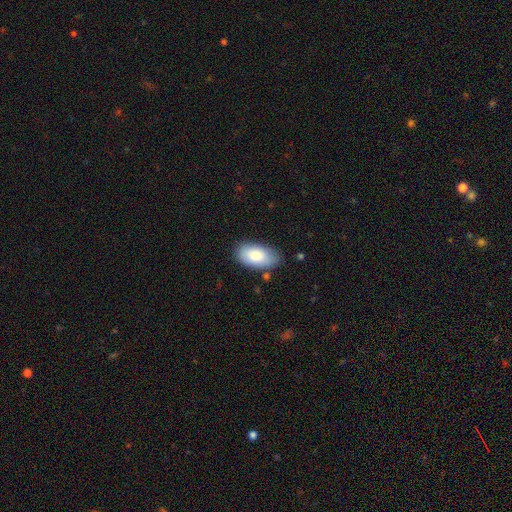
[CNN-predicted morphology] Overall: smooth (83%). How rounded: in between (94%). Merging: none (79%).